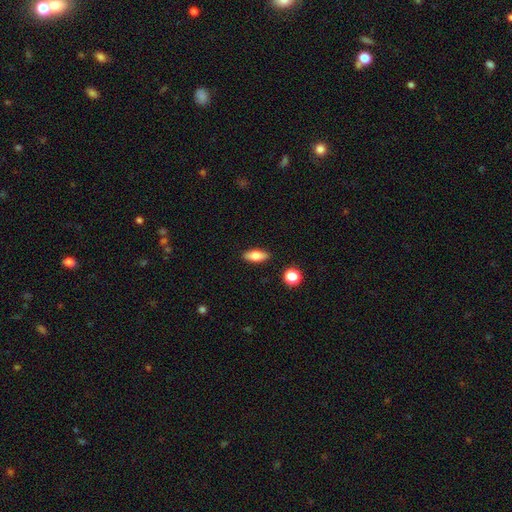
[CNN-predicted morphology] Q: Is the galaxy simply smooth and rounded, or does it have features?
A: smooth — 76%.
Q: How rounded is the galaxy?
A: in between — 77%.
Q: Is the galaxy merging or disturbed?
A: none — 88%.